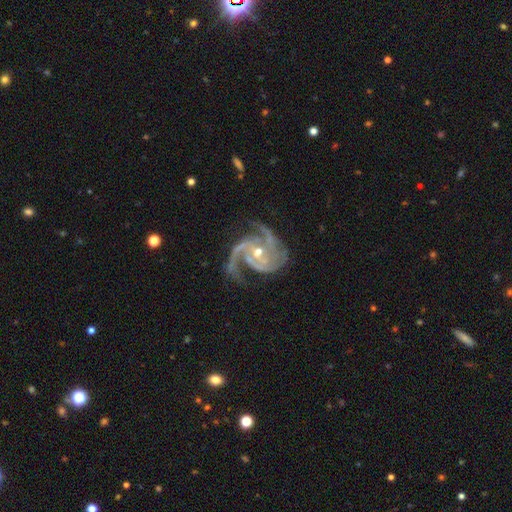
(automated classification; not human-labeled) A featured or disk galaxy (93%) with no bar (60%), 3 (58%) medium (50%) spiral arms (99%) and a small central bulge (54%).

Vote fractions:
- Smooth or featured? featured or disk: 93% / star or artifact: 5% / smooth: 2%
- Edge-on disk? no: 98% / yes: 2%
- Bar? no: 60% / weak: 27% / strong: 13%
- Spiral arms? yes: 99% / no: 1%
- Spiral winding? medium: 50% / tight: 40% / loose: 10%
- Spiral arm count? 3: 58% / 2: 15% / 4: 11% / can't tell: 6% / more than 4: 5% / 1: 5%
- Bulge size? small: 54% / moderate: 43% / large: 1% / none: 1% / dominant: 1%
- Merging? none: 63% / minor disturbance: 20% / major disturbance: 14% / merger: 3%